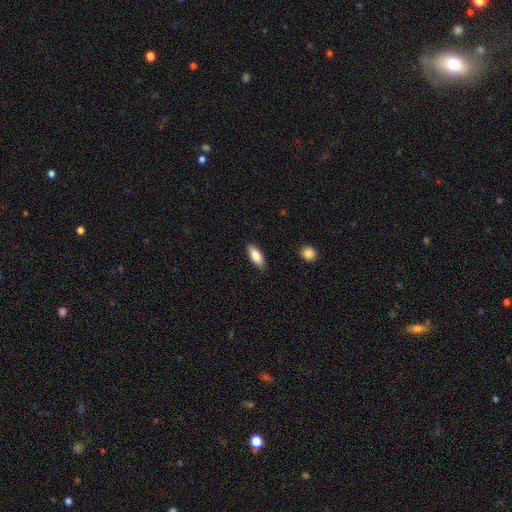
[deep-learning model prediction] A smooth galaxy with no disk features (85%) that is in between round and cigar-shaped (82%). Merging: none (87%).